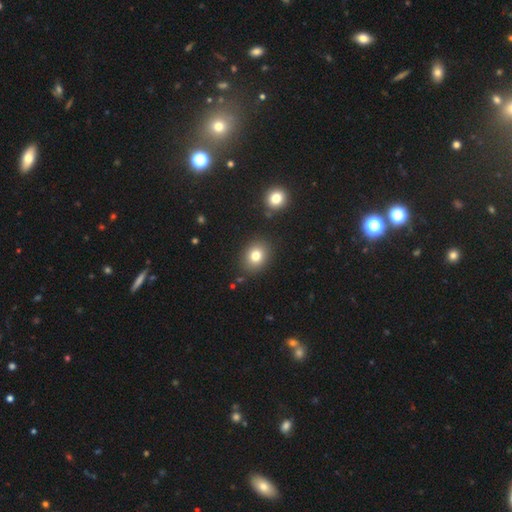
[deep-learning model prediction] smooth 79%, star or artifact 12%, featured or disk 9%. Down the decision tree: how rounded — round (61%); merging — none (86%).